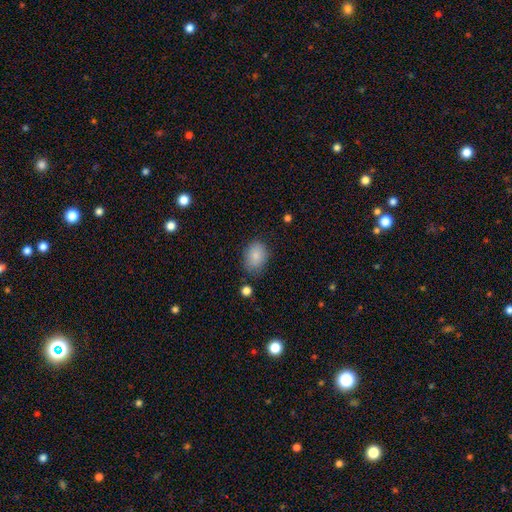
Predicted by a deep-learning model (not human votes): smooth_or_featured: smooth (p=0.86) [alt: star or artifact p=0.08]
how_rounded: in between (p=0.70) [alt: round p=0.28]
merging: none (p=0.77) [alt: minor disturbance p=0.17]